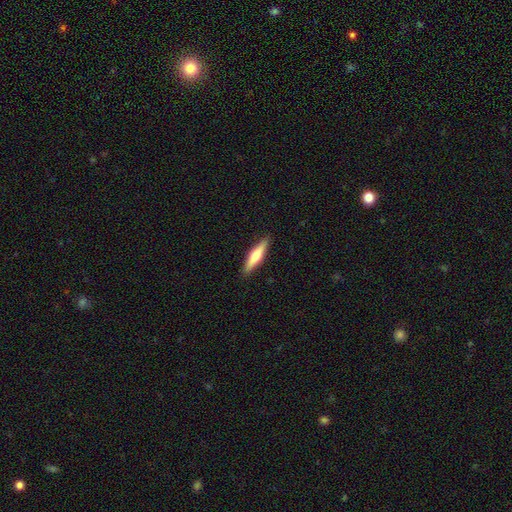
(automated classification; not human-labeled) smooth-or-featured: smooth: 50% | featured or disk: 44% | star or artifact: 5%
  how-rounded: cigar-shaped: 83% | in between: 16% | round: 2%
  merging: none: 90% | minor disturbance: 7% | major disturbance: 2% | merger: 1%